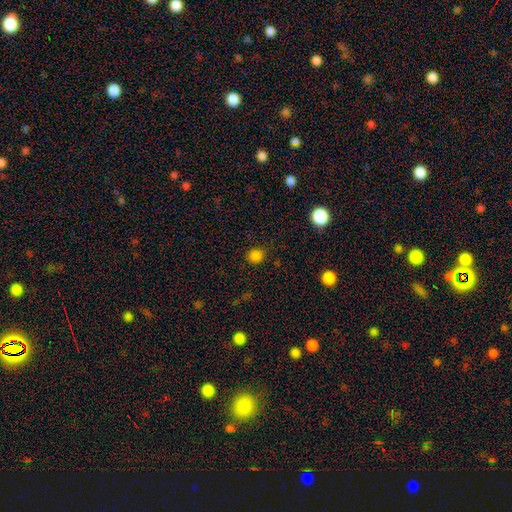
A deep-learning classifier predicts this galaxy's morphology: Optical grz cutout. It shows a smooth galaxy with no disk features (80%) that is round (86%). Merging: none (88%).